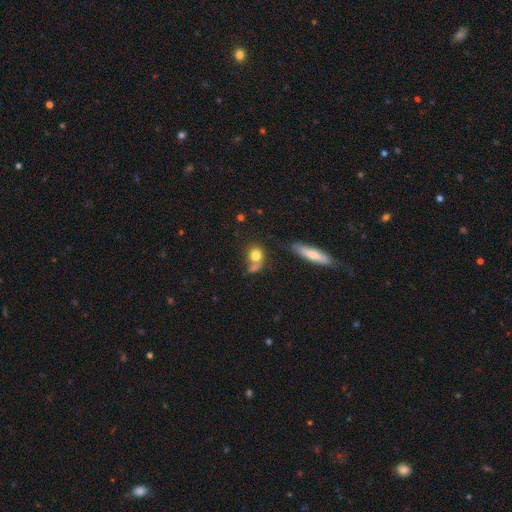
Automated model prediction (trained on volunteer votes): Smooth or featured? smooth (77%)
How rounded? round (66%)
Merging? none (46%)